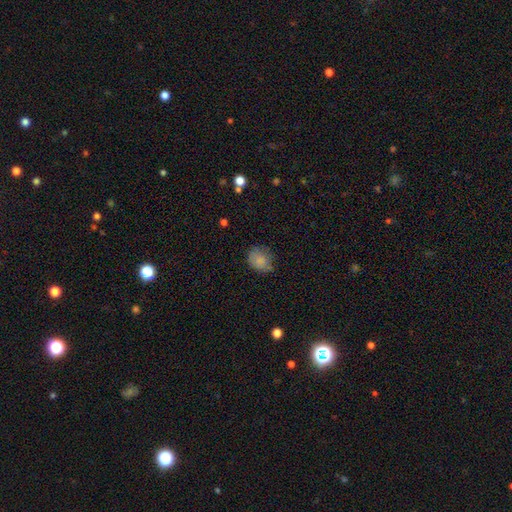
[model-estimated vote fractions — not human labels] Q: Smooth or featured?
A: smooth (60%); runner-up: star or artifact (23%)
Q: How rounded?
A: round (59%); runner-up: in between (40%)
Q: Merging?
A: none (76%); runner-up: minor disturbance (17%)